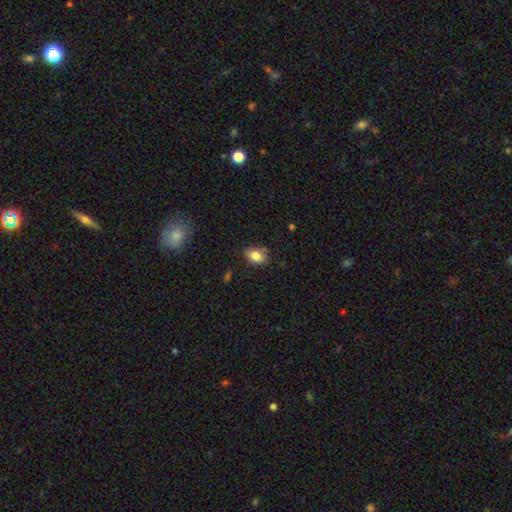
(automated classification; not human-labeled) Morphology: type=smooth (84%); roundness=in between (85%); merging=none (80%).